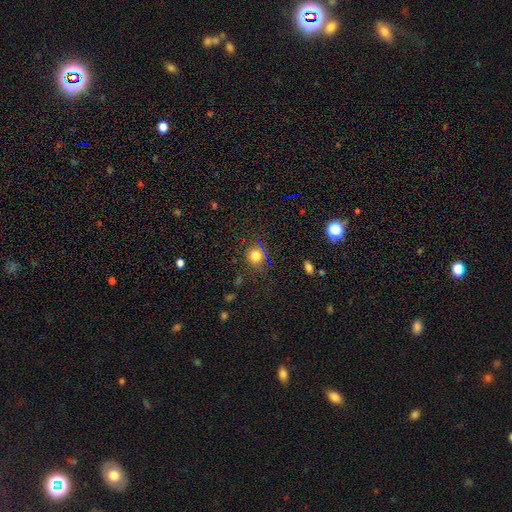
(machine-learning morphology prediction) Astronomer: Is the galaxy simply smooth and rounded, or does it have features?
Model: smooth — 77%.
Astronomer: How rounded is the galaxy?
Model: round — 86%.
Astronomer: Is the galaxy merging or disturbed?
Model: none — 81%.